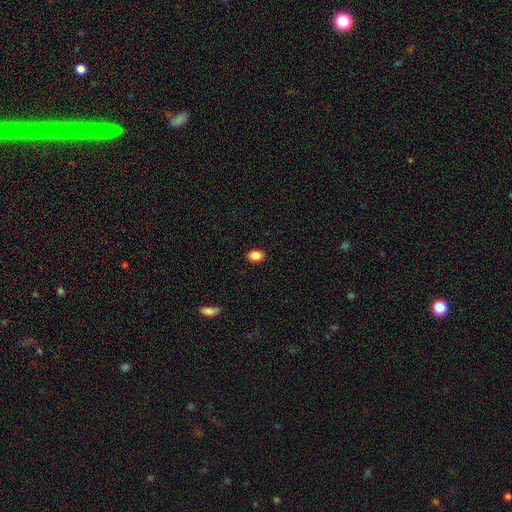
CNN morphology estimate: type=smooth (87%); roundness=in between (80%); merging=none (90%).